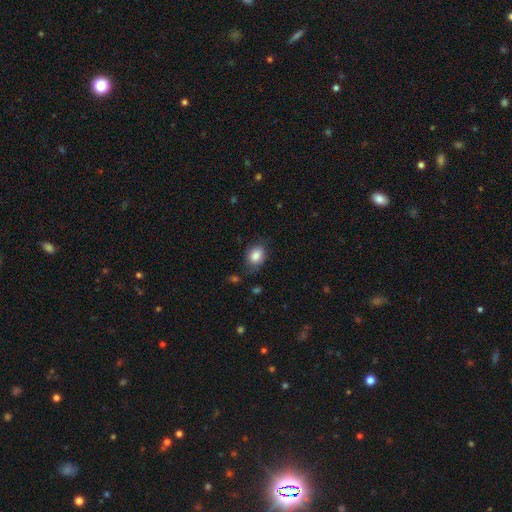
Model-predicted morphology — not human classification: A smooth galaxy with no disk features (85%) that is in between round and cigar-shaped (57%). Merging: none (72%).